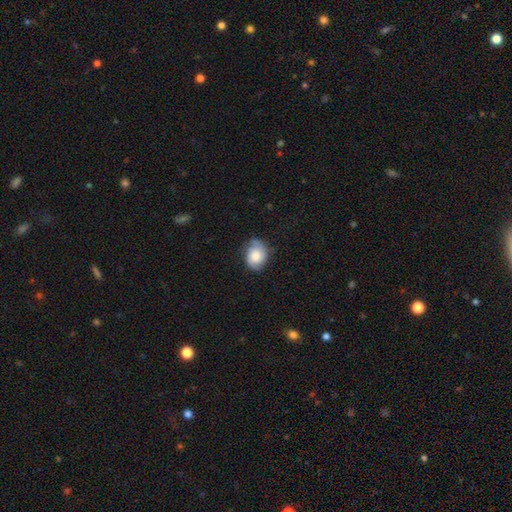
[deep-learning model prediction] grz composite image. It shows a smooth galaxy with no disk features (60%) that is in between round and cigar-shaped (57%). Merging: none (67%).